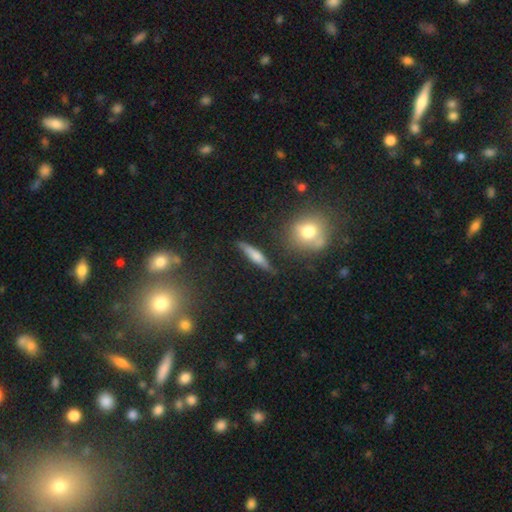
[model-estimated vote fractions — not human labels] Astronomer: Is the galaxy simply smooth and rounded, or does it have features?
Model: smooth — 59%.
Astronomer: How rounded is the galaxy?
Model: cigar-shaped — 86%.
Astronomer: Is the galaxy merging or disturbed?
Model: none — 83%.